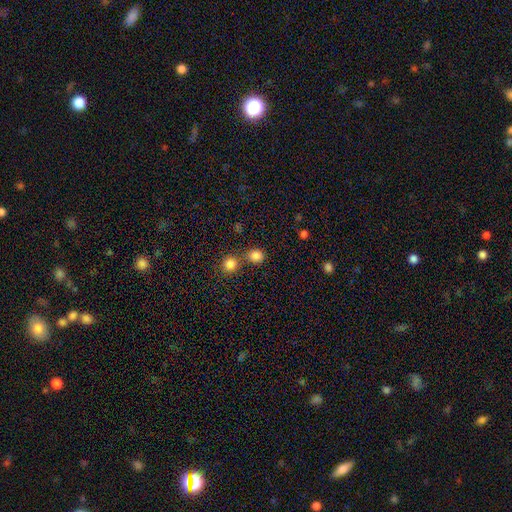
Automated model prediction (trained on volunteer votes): A smooth galaxy with no disk features (84%) that is round (71%).

Vote fractions:
- Smooth or featured? smooth: 84% / star or artifact: 12% / featured or disk: 4%
- How rounded? round: 71% / in between: 28% / cigar-shaped: 1%
- Merging? none: 66% / merger: 23% / minor disturbance: 8% / major disturbance: 3%